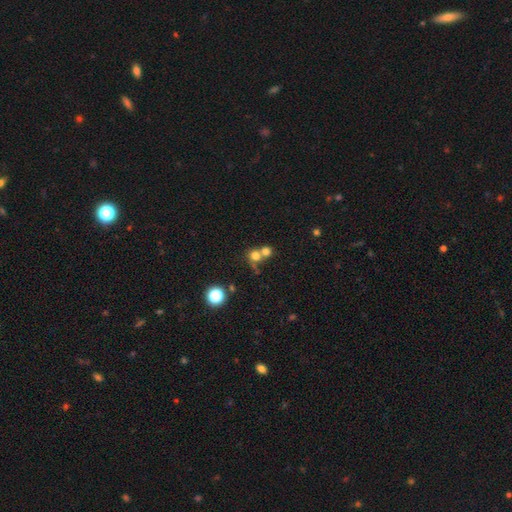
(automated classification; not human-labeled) This is likely a smooth galaxy (73%). How rounded: clearly round (85%). Merging: possibly merger (53%).